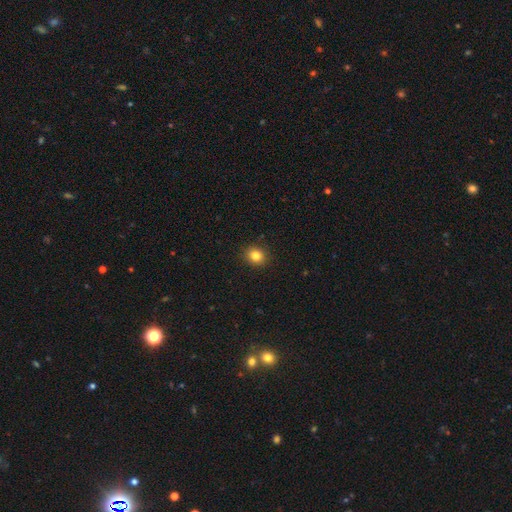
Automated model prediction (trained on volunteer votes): smooth 83%, star or artifact 11%, featured or disk 6%. Down the decision tree: how rounded — round (73%); merging — none (91%).